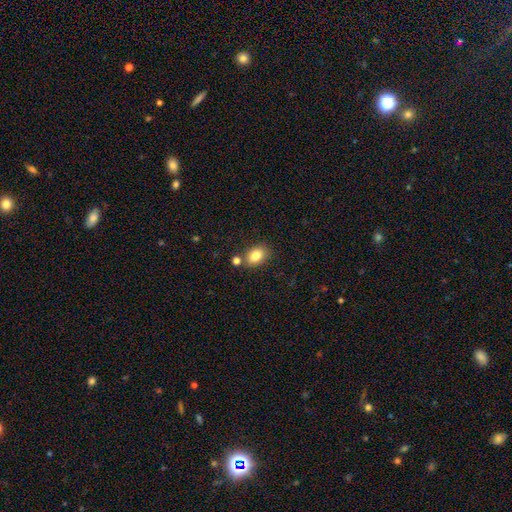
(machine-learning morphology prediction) The model was most divided on "how rounded": in between: 78%, round: 21%, cigar-shaped: 1%. More confident: smooth or featured — smooth (84%); merging — none (75%).